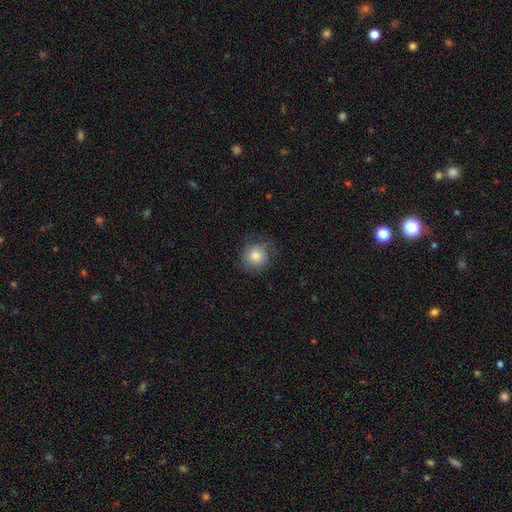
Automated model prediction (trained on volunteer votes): This is likely a smooth galaxy (78%). How rounded: clearly round (89%). Merging: likely none (73%).